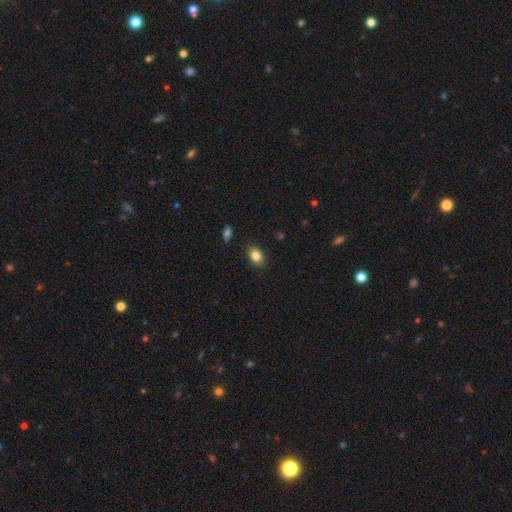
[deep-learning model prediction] Smooth or featured?
  - smooth: 84% *
  - star or artifact: 9%
  - featured or disk: 7%
How rounded?
  - in between: 77% *
  - round: 22%
  - cigar-shaped: 1%
Merging?
  - none: 87% *
  - minor disturbance: 9%
  - major disturbance: 2%
  - merger: 1%